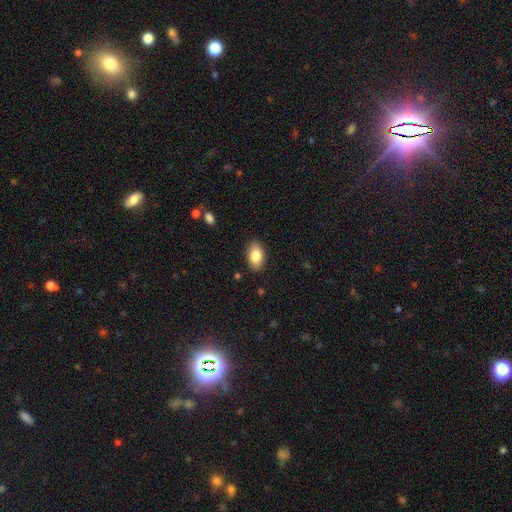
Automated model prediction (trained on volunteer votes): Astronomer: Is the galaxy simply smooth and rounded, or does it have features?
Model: smooth — 84%.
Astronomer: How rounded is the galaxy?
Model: in between — 93%.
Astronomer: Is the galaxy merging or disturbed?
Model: none — 88%.